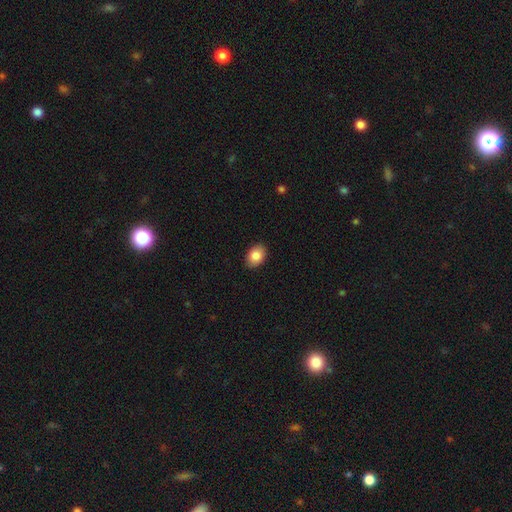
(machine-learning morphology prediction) A smooth galaxy with no disk features (86%) that is in between round and cigar-shaped (79%).

Vote fractions:
- Smooth or featured? smooth: 86% / star or artifact: 7% / featured or disk: 7%
- How rounded? in between: 79% / round: 20% / cigar-shaped: 1%
- Merging? none: 89% / minor disturbance: 8% / major disturbance: 2% / merger: 1%